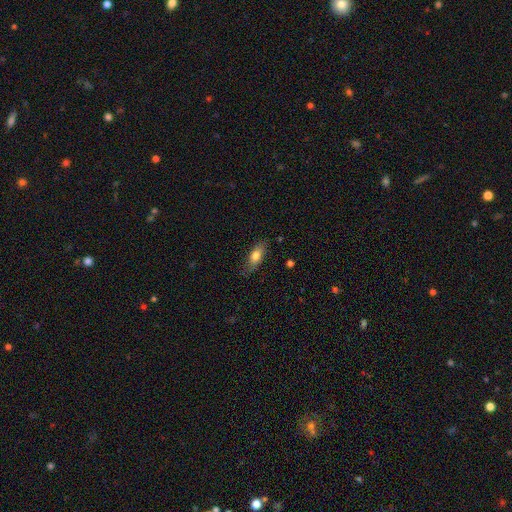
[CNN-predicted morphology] The model was most divided on "how rounded": in between: 73%, cigar-shaped: 23%, round: 3%. More confident: merging — none (74%); smooth or featured — smooth (72%).